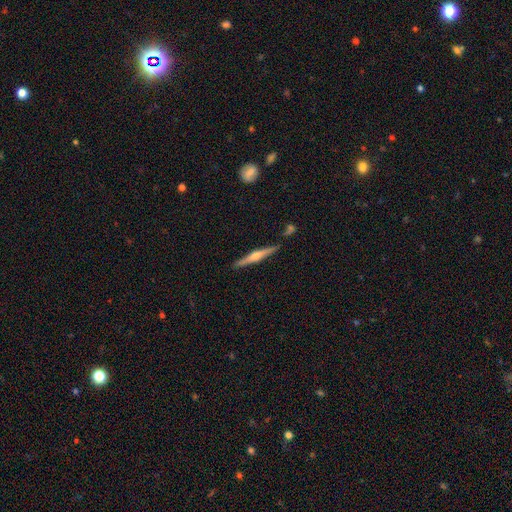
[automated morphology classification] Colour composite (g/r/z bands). It shows a featured or disk galaxy (72%) viewed edge-on (98%) with a rounded central bulge (82%). Merging: none (87%).